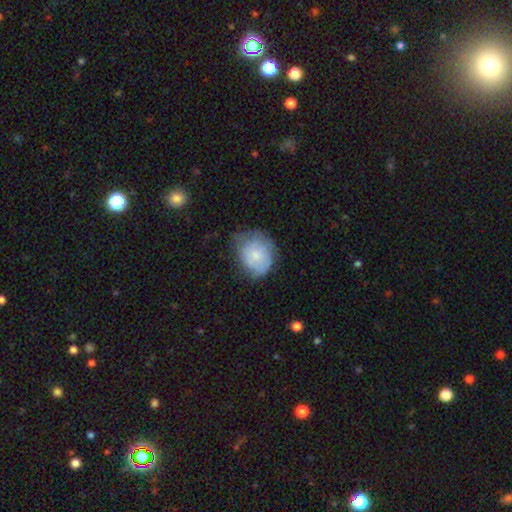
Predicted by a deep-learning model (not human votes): Smooth or featured? smooth (65%)
How rounded? round (62%)
Merging? none (45%)